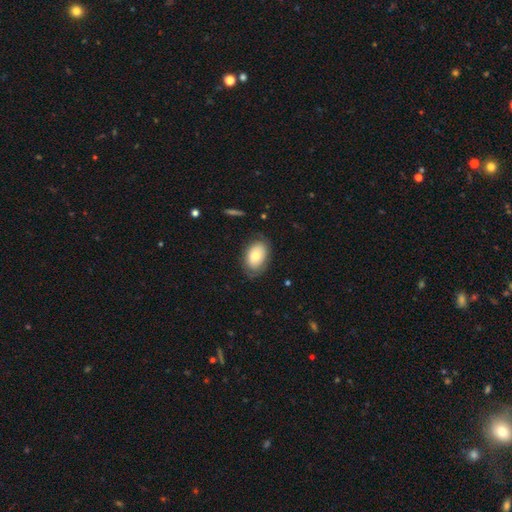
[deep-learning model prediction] Smooth or featured? Predicted: smooth (p=0.71). How rounded? Predicted: in between (p=0.88). Merging? Predicted: none (p=0.71).